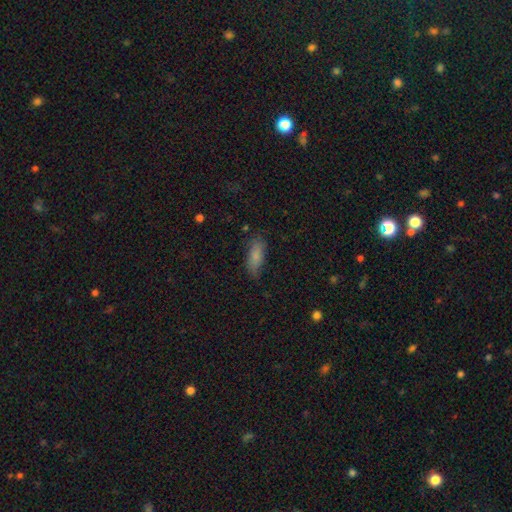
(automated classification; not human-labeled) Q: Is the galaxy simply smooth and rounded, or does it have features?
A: smooth — 81%.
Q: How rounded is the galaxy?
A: in between — 73%.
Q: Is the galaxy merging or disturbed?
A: none — 70%.